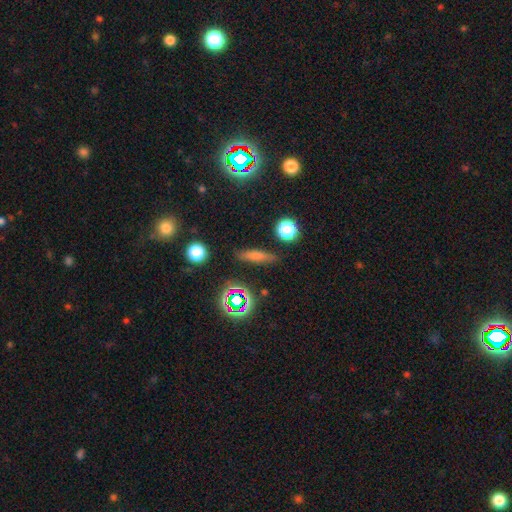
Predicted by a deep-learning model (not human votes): Smooth or featured? smooth (58%)
How rounded? cigar-shaped (73%)
Merging? none (86%)